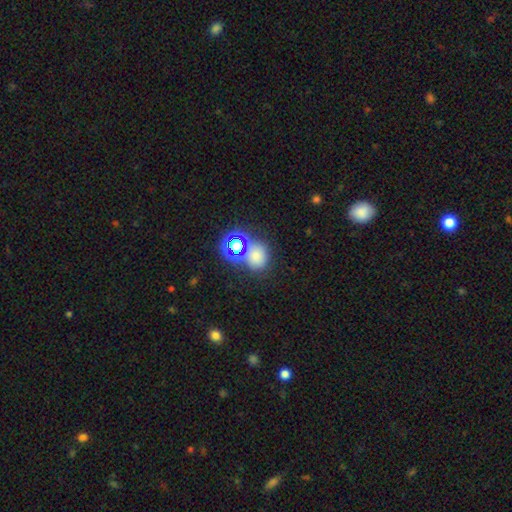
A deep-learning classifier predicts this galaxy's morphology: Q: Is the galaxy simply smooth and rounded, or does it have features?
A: smooth — 59%.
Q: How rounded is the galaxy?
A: round — 64%.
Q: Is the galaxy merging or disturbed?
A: none — 59%.